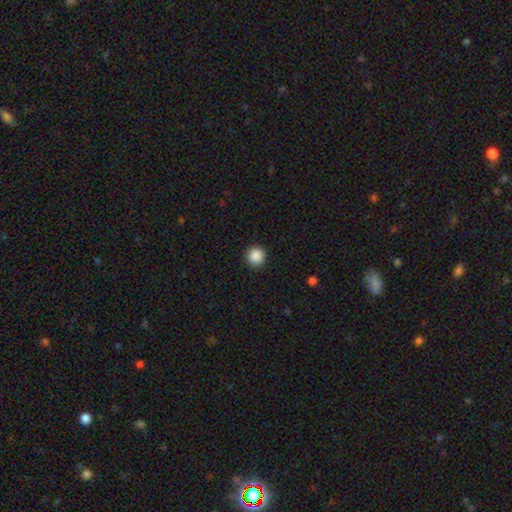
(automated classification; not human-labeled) A smooth galaxy with no disk features (88%) that is round (95%).

Vote fractions:
- Smooth or featured? smooth: 88% / star or artifact: 9% / featured or disk: 2%
- How rounded? round: 95% / in between: 4% / cigar-shaped: 1%
- Merging? none: 92% / minor disturbance: 5% / major disturbance: 2% / merger: 1%